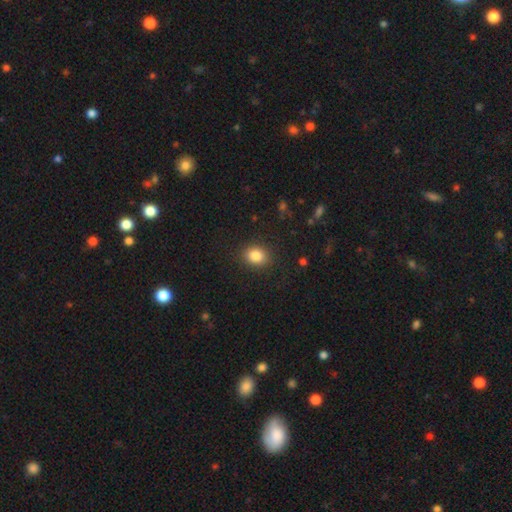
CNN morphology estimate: Overall: smooth (85%). How rounded: round (52%; in between 47%). Merging: none (87%).